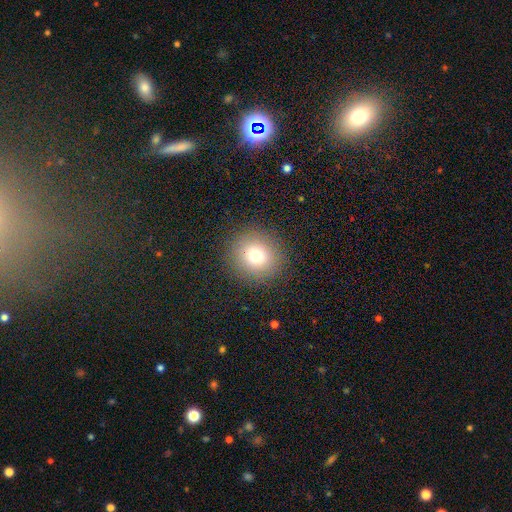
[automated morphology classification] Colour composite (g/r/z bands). It shows a smooth galaxy with no disk features (75%) that is round (92%). Merging: none (90%).